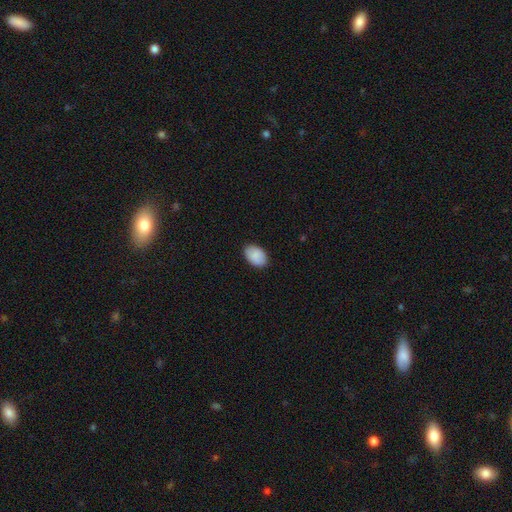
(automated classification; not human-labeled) Smooth or featured?
  - smooth: 89% *
  - star or artifact: 6%
  - featured or disk: 5%
How rounded?
  - in between: 88% *
  - round: 11%
  - cigar-shaped: 1%
Merging?
  - none: 87% *
  - minor disturbance: 10%
  - major disturbance: 2%
  - merger: 1%